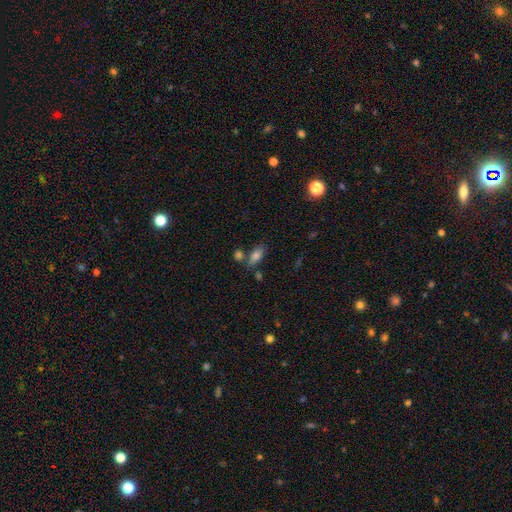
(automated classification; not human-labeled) Smooth or featured? smooth (80%)
How rounded? in between (84%)
Merging? none (62%)